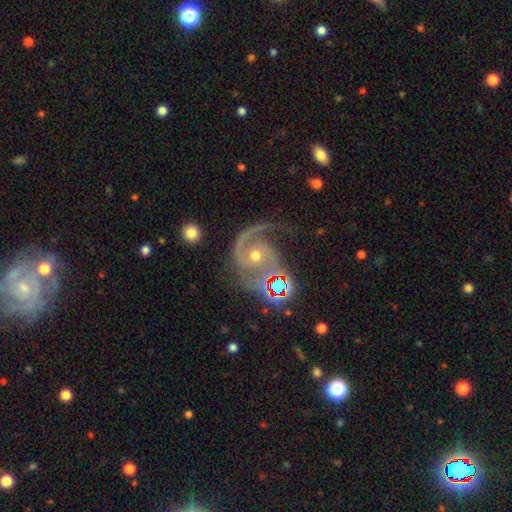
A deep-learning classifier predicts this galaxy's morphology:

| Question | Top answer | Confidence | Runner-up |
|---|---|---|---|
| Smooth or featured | featured or disk | 86% | star or artifact (8%) |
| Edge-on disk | no | 98% | yes (2%) |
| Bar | no | 69% | weak (23%) |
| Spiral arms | yes | 97% | no (3%) |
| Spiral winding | medium | 50% | tight (28%) |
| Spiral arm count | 2 | 74% | 1 (13%) |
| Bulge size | moderate | 63% | small (30%) |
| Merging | none | 48% | major disturbance (23%) |